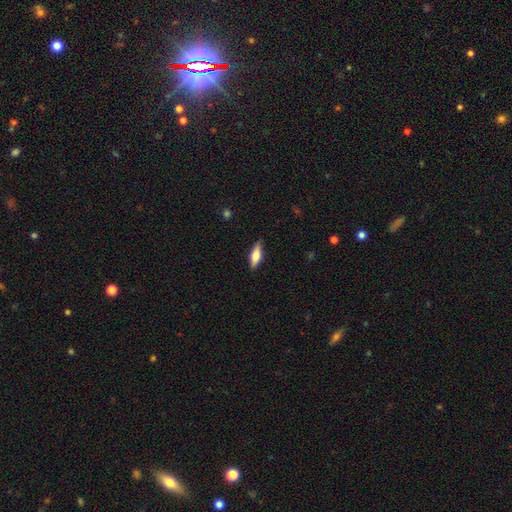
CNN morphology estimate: smooth_or_featured: smooth (p=0.63) [alt: featured or disk p=0.31]
how_rounded: in between (p=0.54) [alt: cigar-shaped p=0.44]
merging: none (p=0.85) [alt: minor disturbance p=0.12]